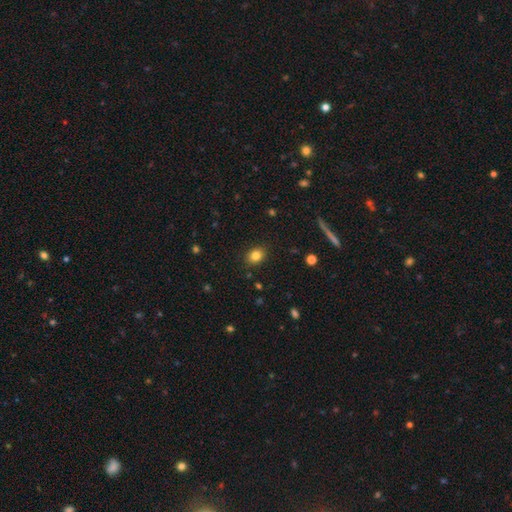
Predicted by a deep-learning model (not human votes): smooth 82%, star or artifact 11%, featured or disk 7%. Down the decision tree: how rounded — round (51%); merging — none (89%).